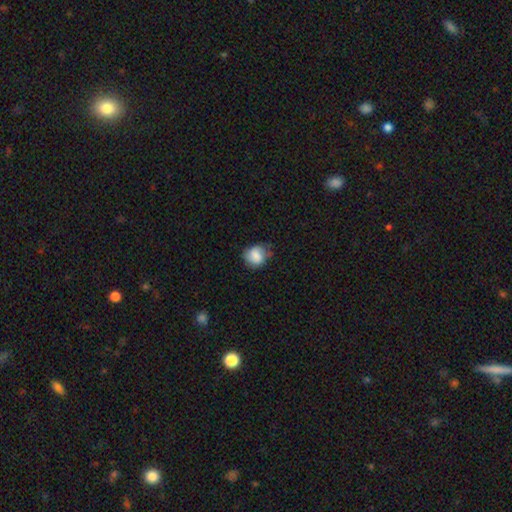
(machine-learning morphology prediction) smooth_or_featured: smooth (p=0.82) [alt: featured or disk p=0.10]
how_rounded: round (p=0.66) [alt: in between p=0.33]
merging: none (p=0.59) [alt: minor disturbance p=0.31]